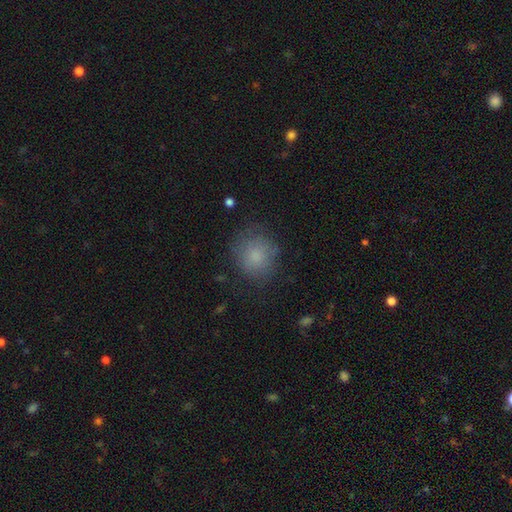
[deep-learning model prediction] The model was most divided on "merging": none: 73%, minor disturbance: 18%, major disturbance: 8%, merger: 1%. More confident: how rounded — round (80%); smooth or featured — smooth (80%).